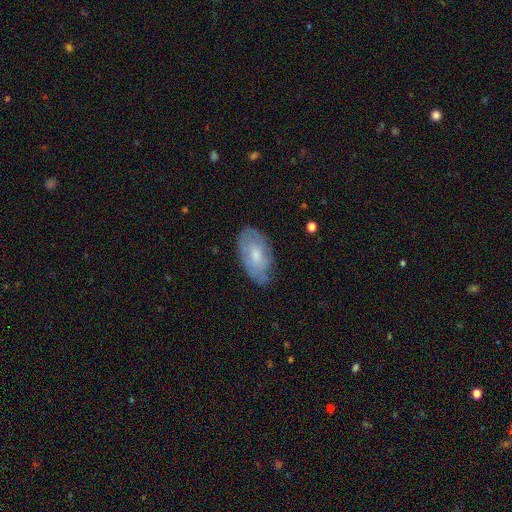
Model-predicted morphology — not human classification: This appears to be a smooth galaxy with no disk features (55%) that is in between round and cigar-shaped (93%). Merging: none (69%).